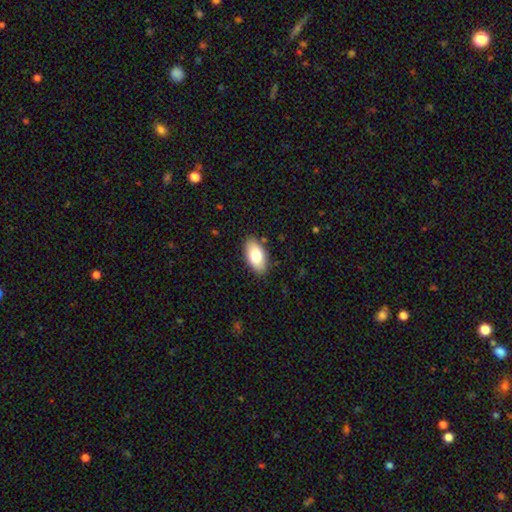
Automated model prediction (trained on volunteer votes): Smooth or featured?
  - smooth: 79% *
  - featured or disk: 15%
  - star or artifact: 6%
How rounded?
  - in between: 93% *
  - cigar-shaped: 3%
  - round: 3%
Merging?
  - none: 87% *
  - minor disturbance: 10%
  - major disturbance: 2%
  - merger: 1%